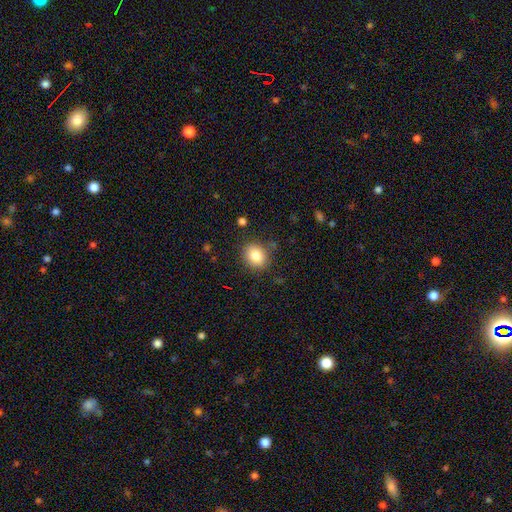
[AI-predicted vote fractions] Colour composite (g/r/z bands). It shows a smooth galaxy with no disk features (82%) that is round (65%). Merging: none (84%).